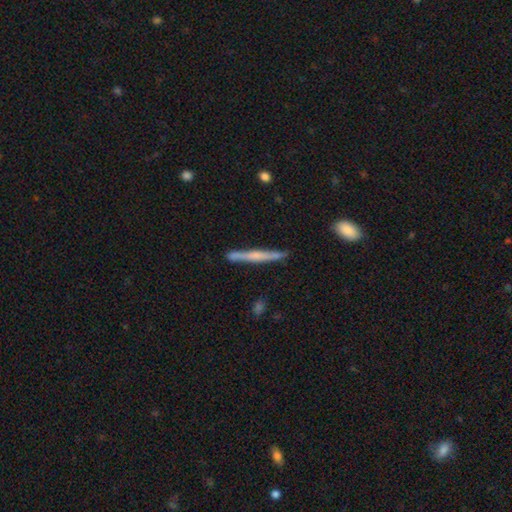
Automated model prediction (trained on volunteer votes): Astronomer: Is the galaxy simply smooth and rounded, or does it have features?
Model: featured or disk — 55% (runner-up: smooth, 39%).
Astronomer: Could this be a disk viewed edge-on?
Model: yes — 97%.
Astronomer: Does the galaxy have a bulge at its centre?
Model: none — 43% (runner-up: rounded, 41%).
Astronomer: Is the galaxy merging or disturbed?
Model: none — 85%.